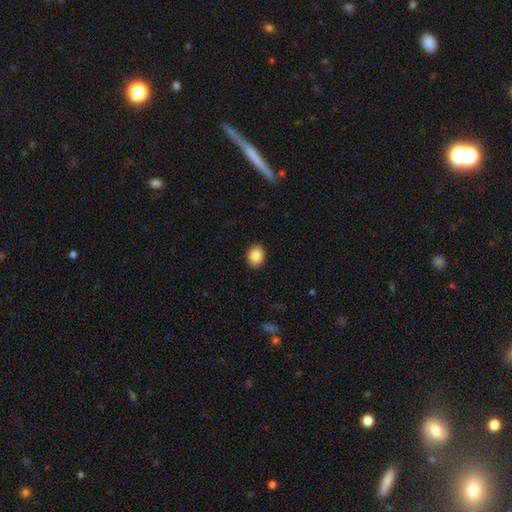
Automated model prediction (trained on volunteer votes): A smooth galaxy with no disk features (85%) that is in between round and cigar-shaped (52%). Merging: none (91%).